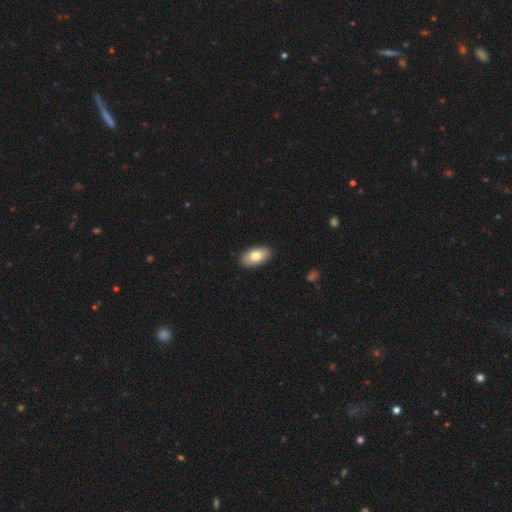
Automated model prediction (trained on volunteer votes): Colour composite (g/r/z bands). It shows a smooth galaxy with no disk features (78%) that is in between round and cigar-shaped (94%). Merging: none (90%).